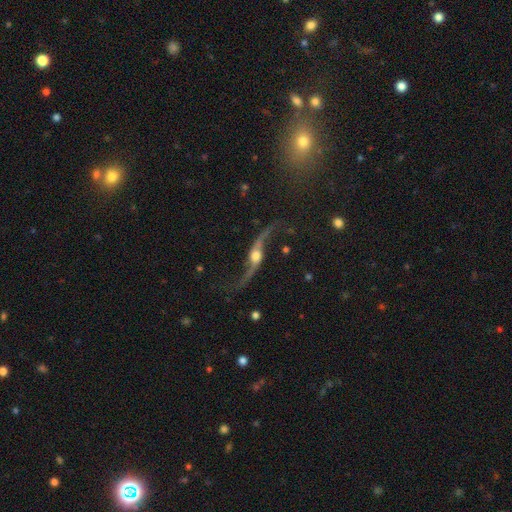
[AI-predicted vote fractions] Overall: featured or disk (88%). Edge-on disk: no (80%). Bar: no (60%; weak 26%). Spiral arms: yes (96%). Spiral arm count: 2 (94%). Spiral winding: loose (94%). Bulge size: moderate (53%; large 20%). Merging: none (72%).